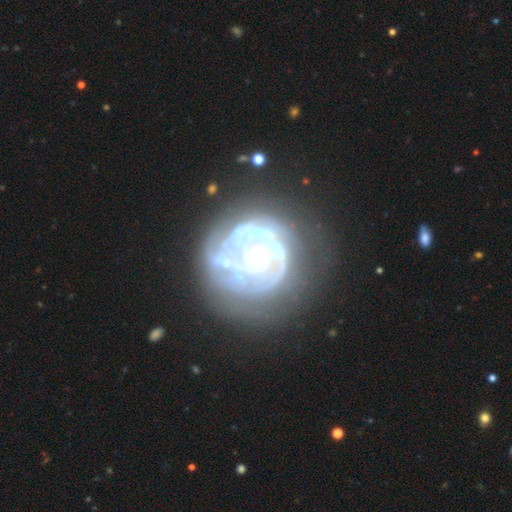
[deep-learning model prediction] smooth-or-featured: featured or disk: 82% | smooth: 10% | star or artifact: 8%
  disk-edge-on: no: 98% | yes: 2%
    bar: no: 83% | weak: 12% | strong: 5%
    has-spiral-arms: yes: 75% | no: 25%
      spiral-winding: tight: 69% | medium: 22% | loose: 9%
      spiral-arm-count: can't tell: 41% | 3: 18% | 2: 17% | 4: 9% | 1: 8% | more than 4: 7%
    bulge-size: small: 71% | moderate: 16% | none: 8% | large: 3% | dominant: 2%
  merging: none: 56% | minor disturbance: 20% | major disturbance: 19% | merger: 5%